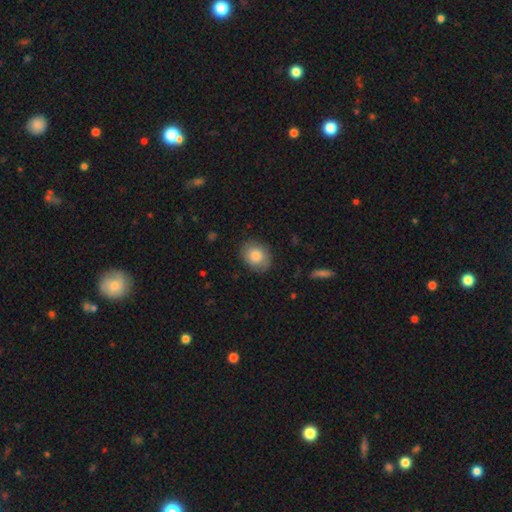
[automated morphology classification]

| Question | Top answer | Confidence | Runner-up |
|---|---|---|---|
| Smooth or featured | smooth | 80% | featured or disk (12%) |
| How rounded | round | 50% | in between (49%) |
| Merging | none | 82% | minor disturbance (14%) |